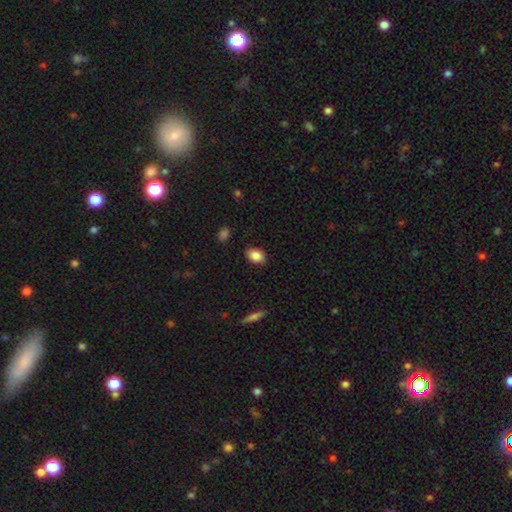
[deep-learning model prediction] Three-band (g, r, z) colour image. It shows a smooth galaxy with no disk features (86%) that is in between round and cigar-shaped (80%). Merging: none (87%).